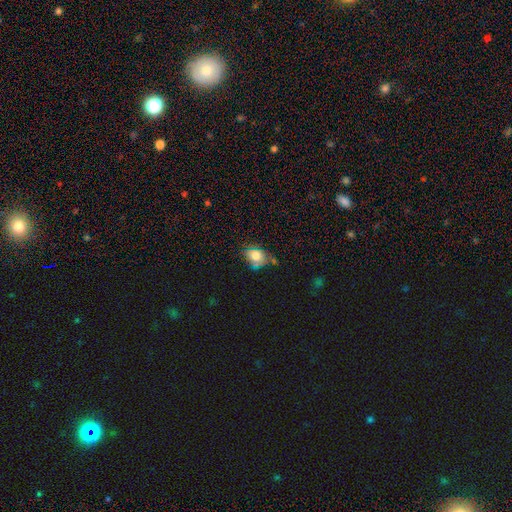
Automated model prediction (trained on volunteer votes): This is likely a smooth galaxy (74%). How rounded: possibly in between (50%). Merging: possibly none (51%).